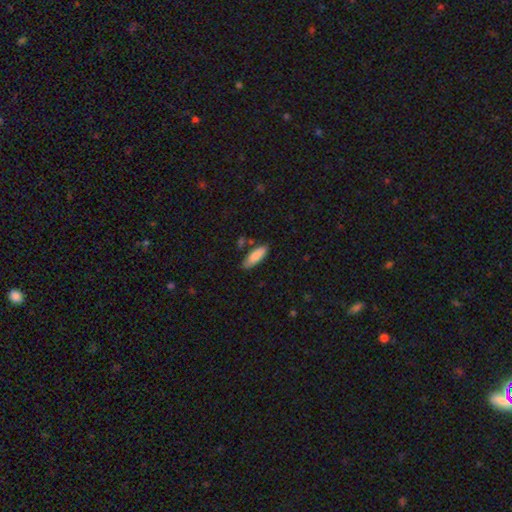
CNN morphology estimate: Q: Smooth or featured?
A: smooth (86%); runner-up: featured or disk (9%)
Q: How rounded?
A: in between (70%); runner-up: cigar-shaped (29%)
Q: Merging?
A: none (78%); runner-up: minor disturbance (16%)